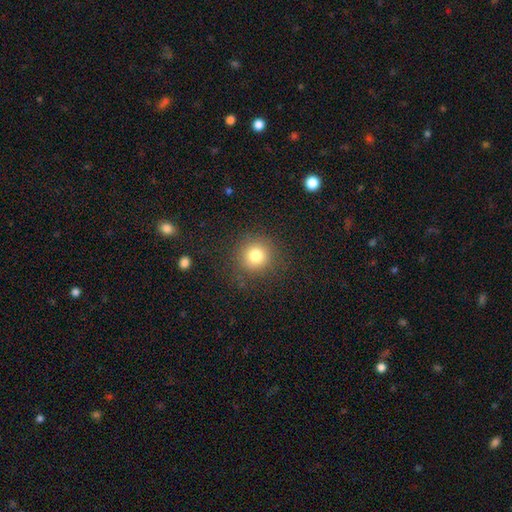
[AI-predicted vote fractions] smooth_or_featured: smooth (p=0.79) [alt: star or artifact p=0.12]
how_rounded: round (p=0.93) [alt: in between p=0.06]
merging: none (p=0.87) [alt: minor disturbance p=0.08]